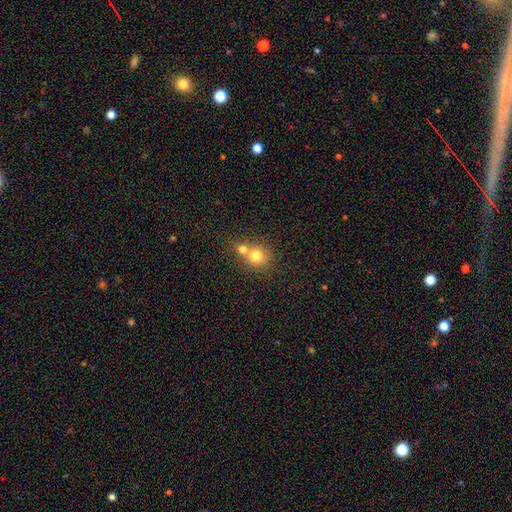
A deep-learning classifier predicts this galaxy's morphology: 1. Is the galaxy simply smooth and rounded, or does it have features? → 76% smooth, 12% featured or disk, 12% star or artifact.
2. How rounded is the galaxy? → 83% round, 16% in between, 1% cigar-shaped.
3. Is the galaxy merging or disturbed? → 55% merger, 37% none, 6% minor disturbance, 2% major disturbance.